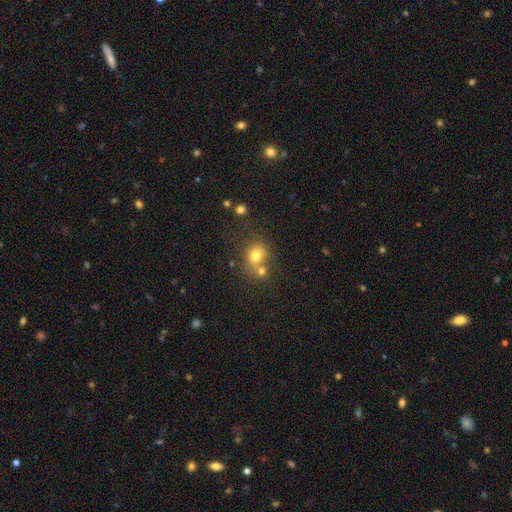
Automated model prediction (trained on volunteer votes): The model was most divided on "merging": none: 50%, merger: 32%, minor disturbance: 12%, major disturbance: 5%. More confident: smooth or featured — smooth (75%); how rounded — round (73%).